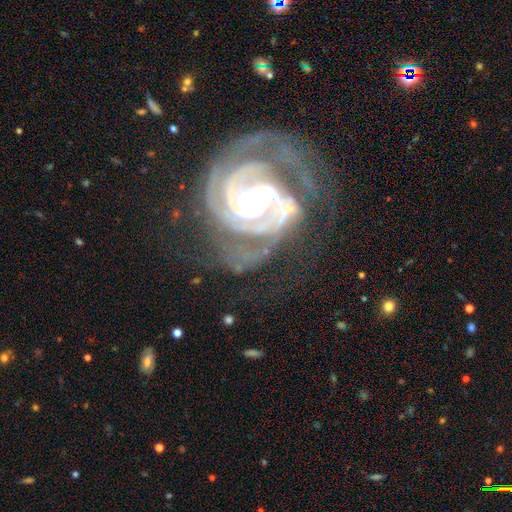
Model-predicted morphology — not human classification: Smooth or featured? Predicted: featured or disk (p=0.90). Edge-on disk? Predicted: no (p=0.98). Bar? Predicted: no (p=0.36). Spiral arms? Predicted: yes (p=0.98). Spiral winding? Predicted: tight (p=0.74). Spiral arm count? Predicted: 2 (p=0.54). Bulge size? Predicted: moderate (p=0.45). Merging? Predicted: none (p=0.68).